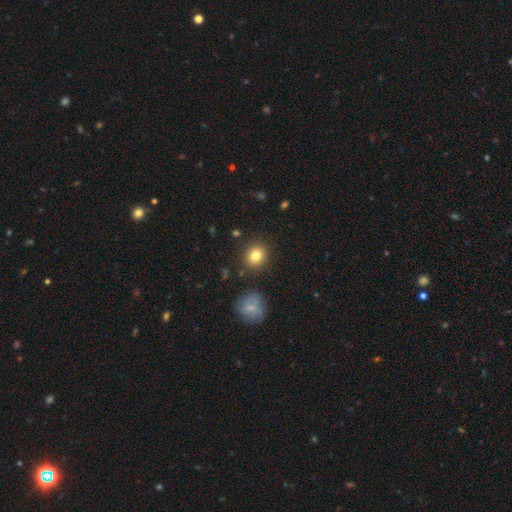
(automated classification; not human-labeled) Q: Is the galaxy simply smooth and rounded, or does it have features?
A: smooth — 81%.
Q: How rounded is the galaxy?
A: round — 82%.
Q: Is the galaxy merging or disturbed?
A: none — 87%.